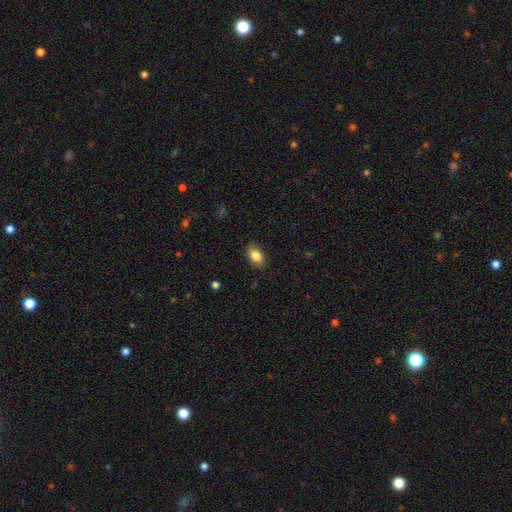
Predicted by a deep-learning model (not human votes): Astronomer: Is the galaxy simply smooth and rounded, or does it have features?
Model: smooth — 85%.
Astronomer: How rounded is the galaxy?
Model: in between — 90%.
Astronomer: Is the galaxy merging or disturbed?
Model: none — 85%.